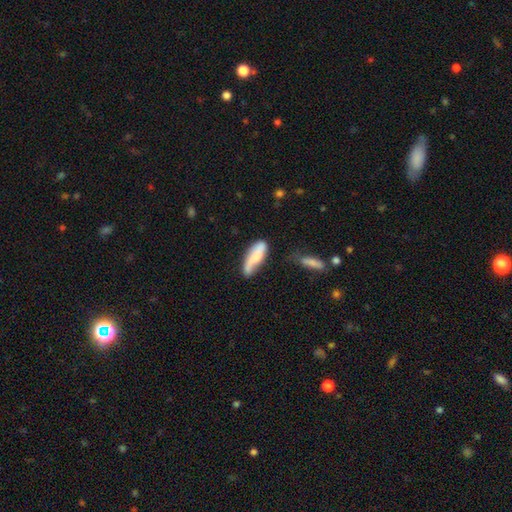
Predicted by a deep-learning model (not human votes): A smooth galaxy with no disk features (62%) that is in between round and cigar-shaped (51%).

Vote fractions:
- Smooth or featured? smooth: 62% / featured or disk: 32% / star or artifact: 6%
- How rounded? in between: 51% / cigar-shaped: 46% / round: 2%
- Merging? none: 46% / minor disturbance: 32% / major disturbance: 13% / merger: 9%